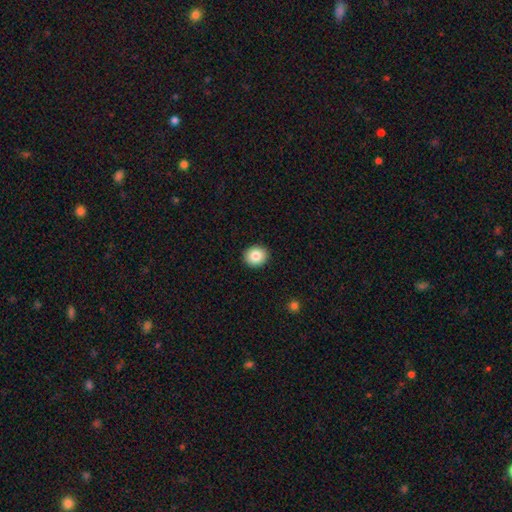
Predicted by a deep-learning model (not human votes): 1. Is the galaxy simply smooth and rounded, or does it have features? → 85% smooth, 9% star or artifact, 6% featured or disk.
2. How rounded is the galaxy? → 81% round, 18% in between, 1% cigar-shaped.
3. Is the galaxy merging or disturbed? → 92% none, 5% minor disturbance, 2% major disturbance, 1% merger.